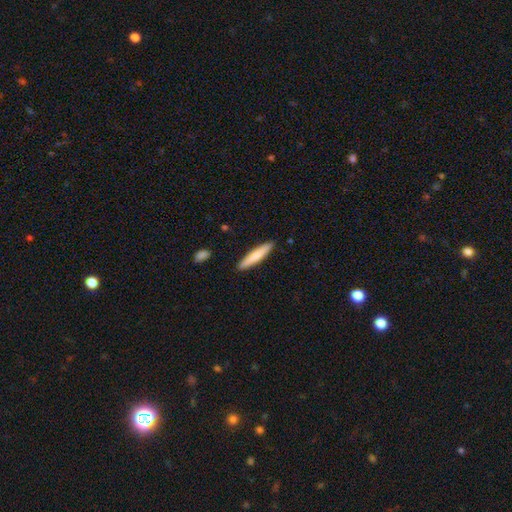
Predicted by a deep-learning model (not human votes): smooth-or-featured: smooth: 74% | featured or disk: 21% | star or artifact: 5%
  how-rounded: cigar-shaped: 89% | in between: 9% | round: 1%
  merging: none: 90% | minor disturbance: 7% | major disturbance: 1% | merger: 1%